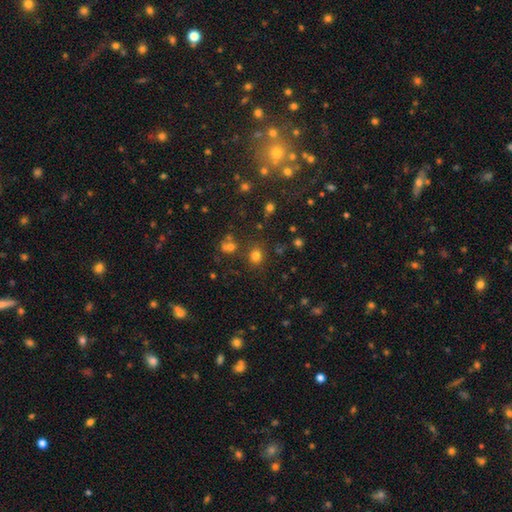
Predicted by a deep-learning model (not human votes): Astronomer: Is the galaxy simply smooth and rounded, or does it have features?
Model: smooth — 75%.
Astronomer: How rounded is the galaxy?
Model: round — 68%.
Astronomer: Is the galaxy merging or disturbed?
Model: none — 78%.